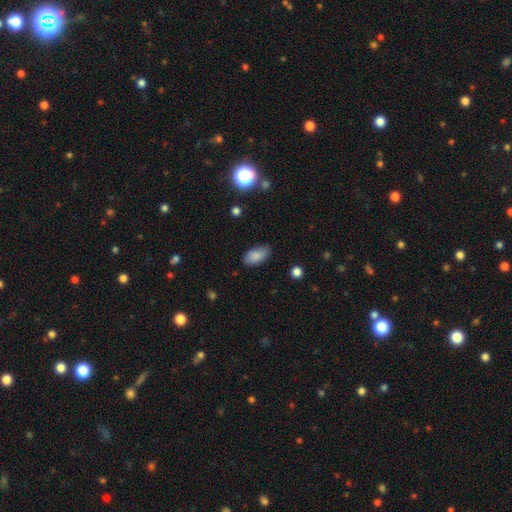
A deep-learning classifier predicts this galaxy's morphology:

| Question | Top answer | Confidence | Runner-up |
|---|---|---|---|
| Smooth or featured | smooth | 85% | star or artifact (8%) |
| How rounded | in between | 93% | cigar-shaped (4%) |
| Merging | none | 78% | minor disturbance (17%) |